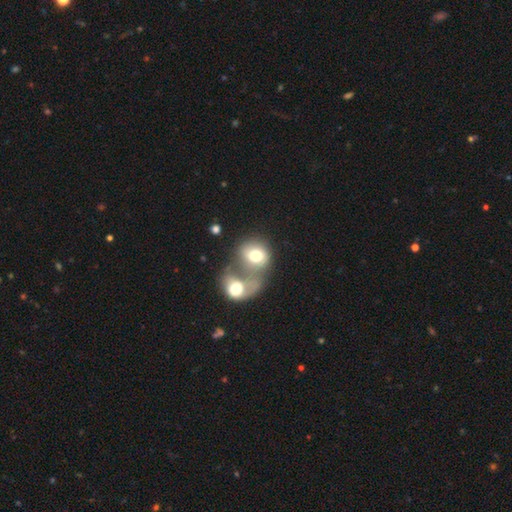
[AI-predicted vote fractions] This is likely a smooth galaxy (69%). How rounded: likely round (62%). Merging: likely merger (75%).